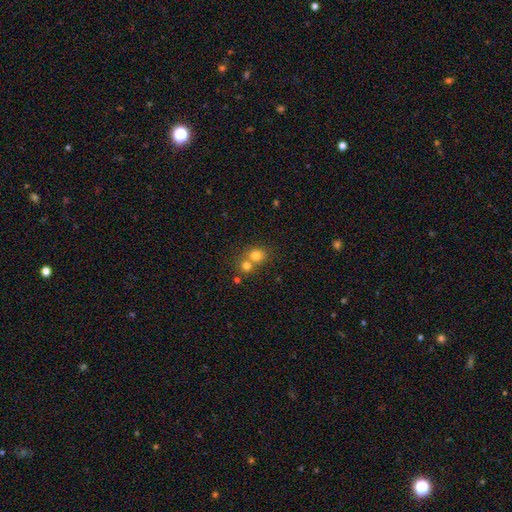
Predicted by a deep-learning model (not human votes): Morphology: type=smooth (76%); roundness=round (77%); merging=merger (49%).